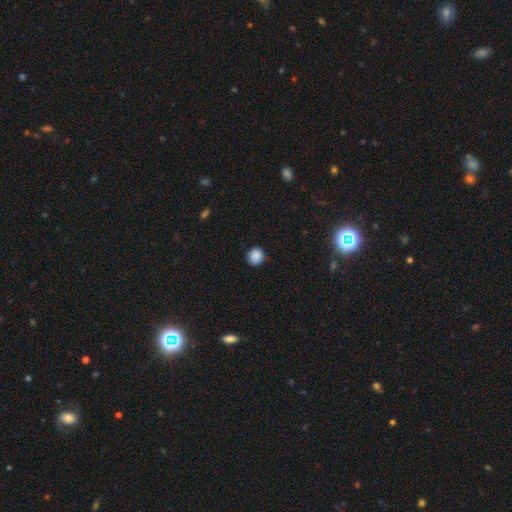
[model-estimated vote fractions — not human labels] This is clearly a smooth galaxy (87%). How rounded: clearly round (91%). Merging: clearly none (87%).